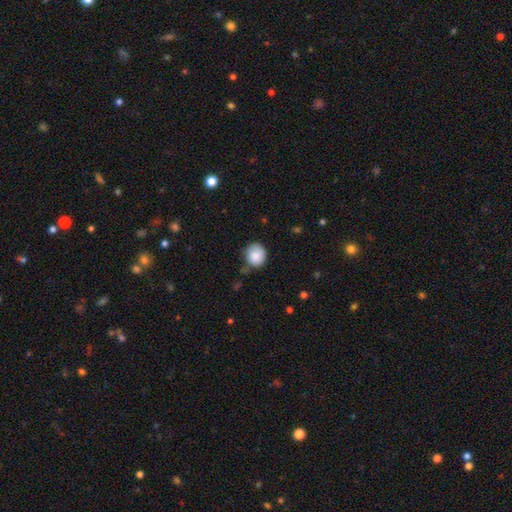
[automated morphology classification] Q: Smooth or featured?
A: smooth (86%); runner-up: star or artifact (8%)
Q: How rounded?
A: round (79%); runner-up: in between (20%)
Q: Merging?
A: none (67%); runner-up: minor disturbance (24%)